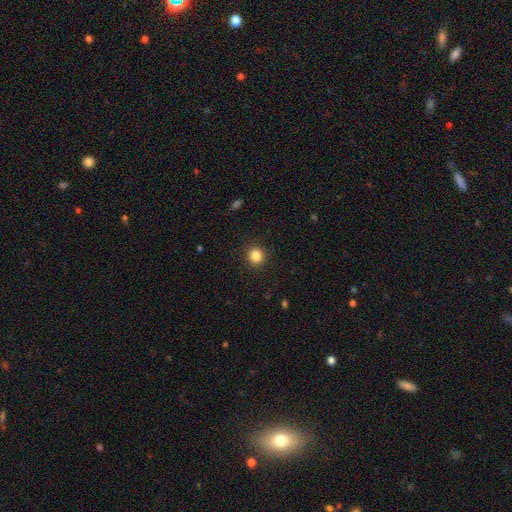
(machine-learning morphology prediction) The model was most divided on "smooth or featured": smooth: 85%, star or artifact: 11%, featured or disk: 4%. More confident: merging — none (92%); how rounded — round (92%).